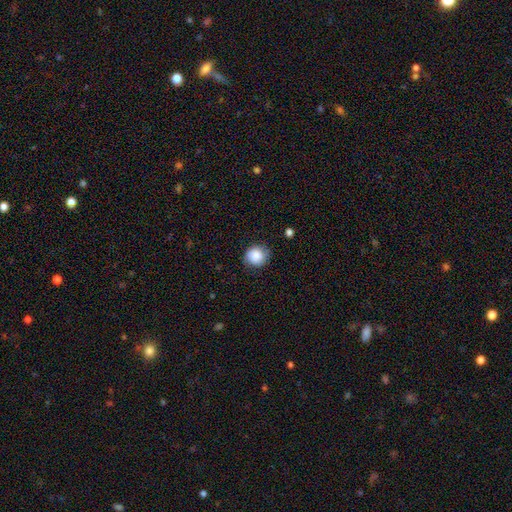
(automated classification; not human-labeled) This appears to be a smooth galaxy with no disk features (83%) that is round (87%). Merging: none (77%).